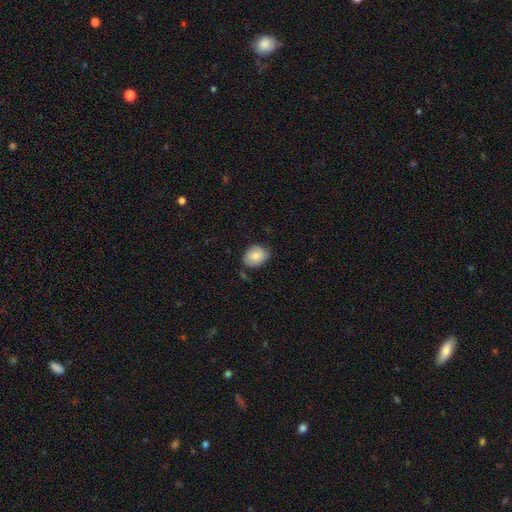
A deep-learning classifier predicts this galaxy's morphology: smooth-or-featured: smooth: 80% | featured or disk: 13% | star or artifact: 7%
  how-rounded: in between: 64% | round: 35% | cigar-shaped: 1%
  merging: none: 70% | minor disturbance: 24% | major disturbance: 4% | merger: 2%